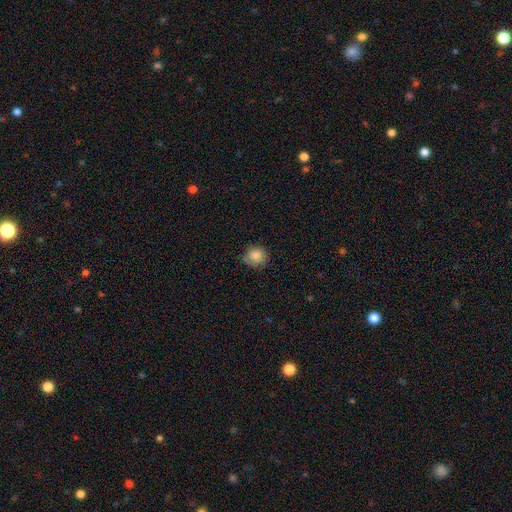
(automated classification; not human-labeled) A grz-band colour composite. It shows a smooth galaxy with no disk features (86%) that is round (80%). Merging: none (73%).